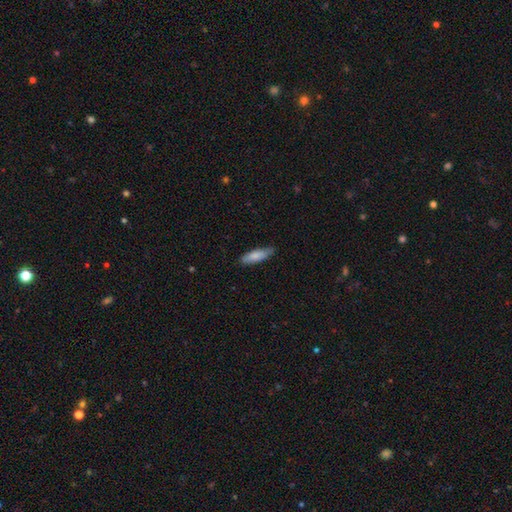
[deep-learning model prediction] Smooth or featured: smooth — 82% (featured or disk — 13%)
How rounded: cigar-shaped — 55% (in between — 43%)
Merging: none — 79% (minor disturbance — 17%)